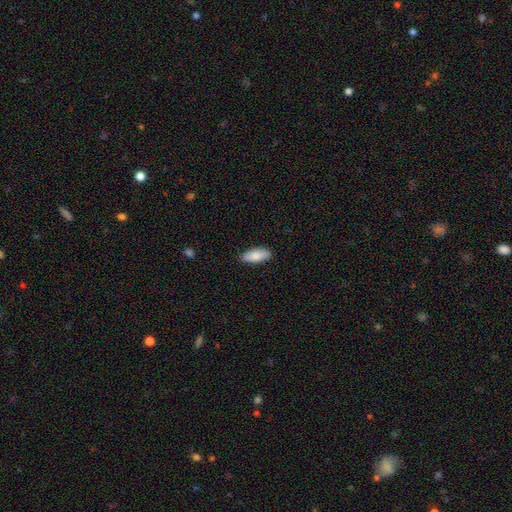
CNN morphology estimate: A smooth galaxy with no disk features (85%) that is in between round and cigar-shaped (81%).

Vote fractions:
- Smooth or featured? smooth: 85% / featured or disk: 9% / star or artifact: 6%
- How rounded? in between: 81% / cigar-shaped: 17% / round: 2%
- Merging? none: 87% / minor disturbance: 10% / major disturbance: 2% / merger: 1%